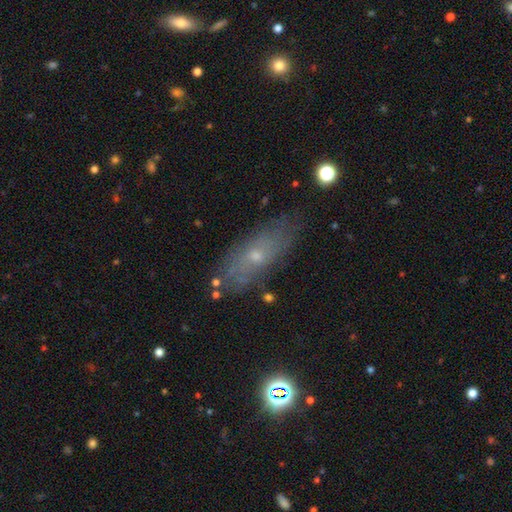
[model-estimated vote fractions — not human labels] Q: Smooth or featured?
A: smooth (44%); tied with: featured or disk (44%)
Q: Merging?
A: none (75%); runner-up: minor disturbance (17%)